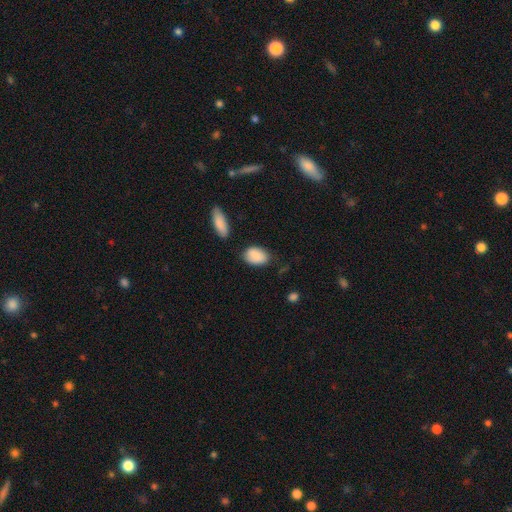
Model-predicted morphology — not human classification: Smooth or featured?
  - smooth: 88% *
  - star or artifact: 6%
  - featured or disk: 5%
How rounded?
  - in between: 89% *
  - round: 10%
  - cigar-shaped: 2%
Merging?
  - none: 72% *
  - minor disturbance: 18%
  - merger: 6%
  - major disturbance: 4%